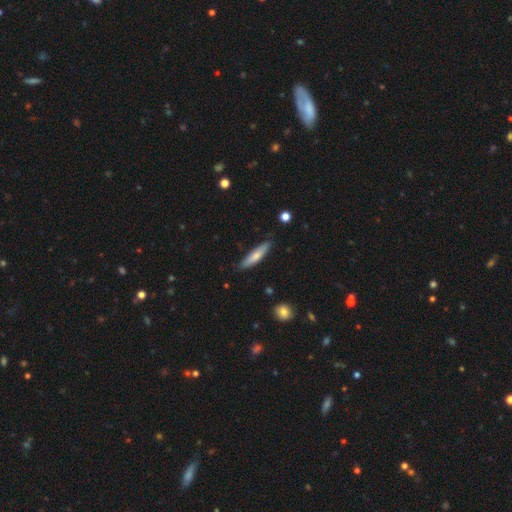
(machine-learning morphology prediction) smooth 68%, featured or disk 26%, star or artifact 6%. Down the decision tree: how rounded — cigar-shaped (82%); merging — none (83%).